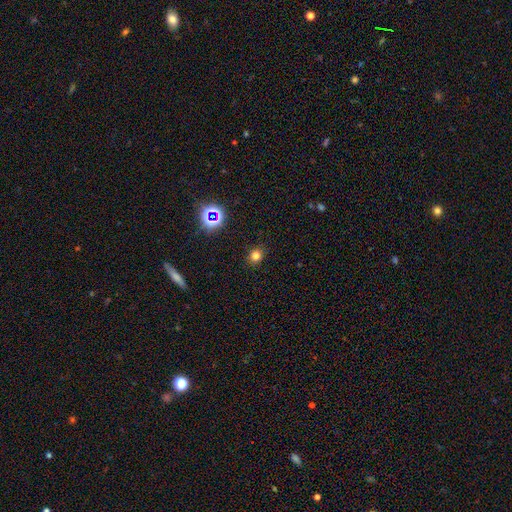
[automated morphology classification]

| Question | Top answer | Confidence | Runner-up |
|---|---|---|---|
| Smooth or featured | smooth | 76% | star or artifact (19%) |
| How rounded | round | 79% | in between (20%) |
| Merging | none | 89% | minor disturbance (8%) |